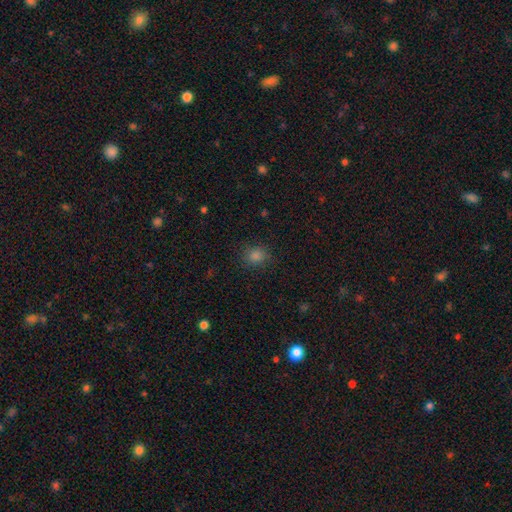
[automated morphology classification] A smooth galaxy with no disk features (79%) that is round (73%). Merging: none (86%).